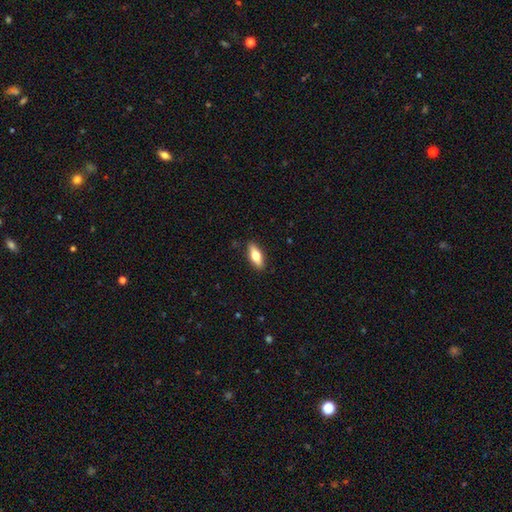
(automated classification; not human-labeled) smooth 67%, featured or disk 27%, star or artifact 6%. Down the decision tree: how rounded — in between (68%); merging — none (88%).